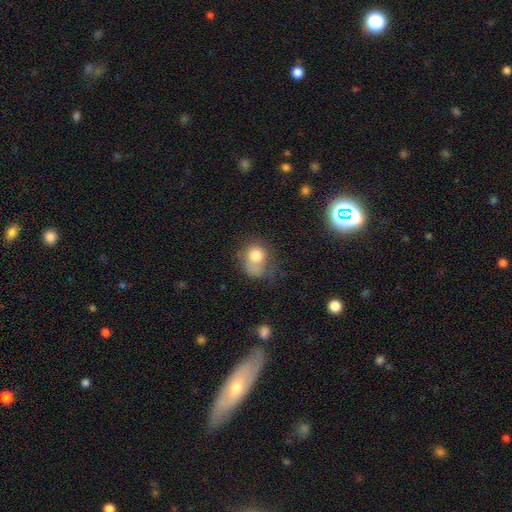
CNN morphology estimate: type=smooth (76%); roundness=round (63%); merging=none (34%).